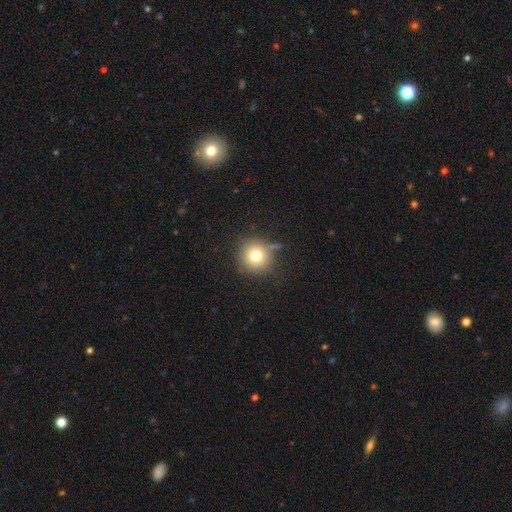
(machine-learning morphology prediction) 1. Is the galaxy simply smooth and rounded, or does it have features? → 76% smooth, 13% star or artifact, 11% featured or disk.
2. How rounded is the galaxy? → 94% round, 5% in between, 1% cigar-shaped.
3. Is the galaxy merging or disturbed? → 77% none, 13% minor disturbance, 6% merger, 5% major disturbance.